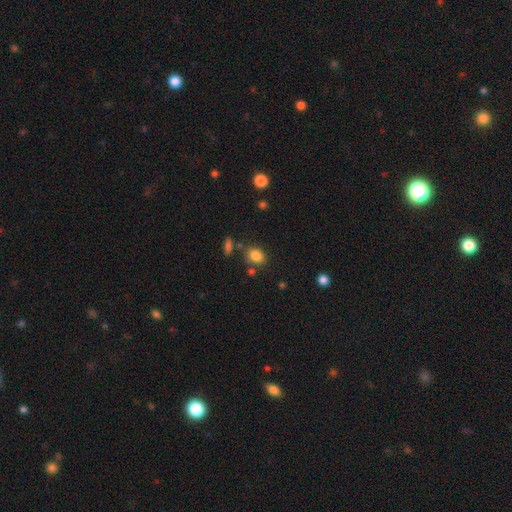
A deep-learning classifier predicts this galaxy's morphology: smooth_or_featured: smooth (p=0.83) [alt: star or artifact p=0.11]
how_rounded: in between (p=0.63) [alt: round p=0.36]
merging: none (p=0.74) [alt: minor disturbance p=0.13]